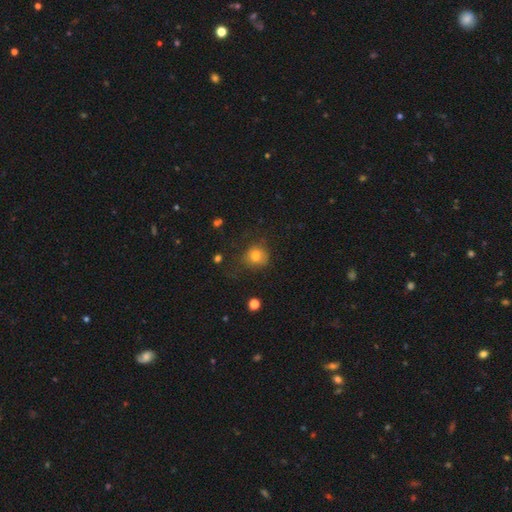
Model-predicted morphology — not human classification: type=smooth (77%); roundness=round (82%); merging=none (63%).